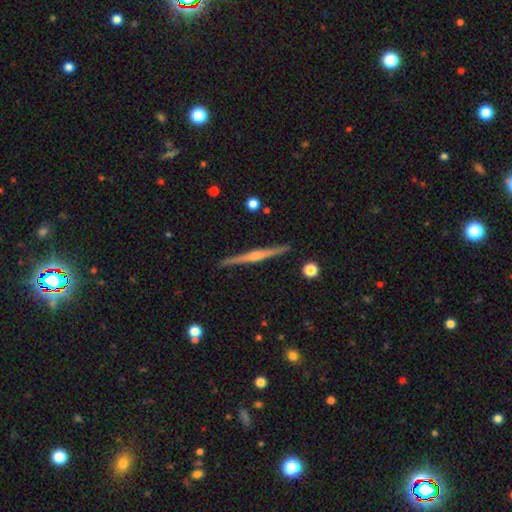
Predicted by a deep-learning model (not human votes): A featured or disk galaxy (75%) viewed edge-on (98%) with a rounded central bulge (67%). Merging: none (91%).